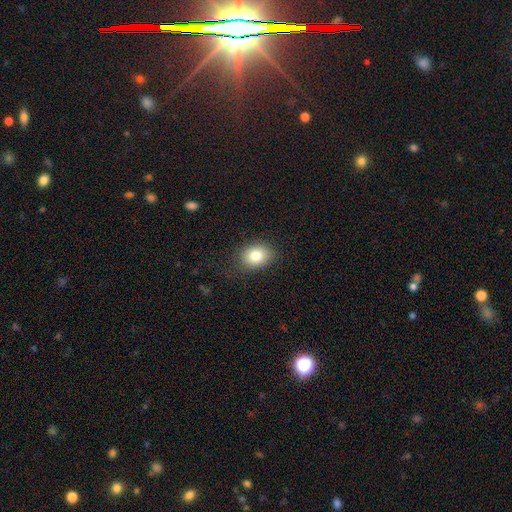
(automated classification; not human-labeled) smooth-or-featured: smooth: 81% | star or artifact: 10% | featured or disk: 9%
  how-rounded: in between: 62% | round: 37% | cigar-shaped: 1%
  merging: none: 81% | minor disturbance: 14% | major disturbance: 4% | merger: 1%